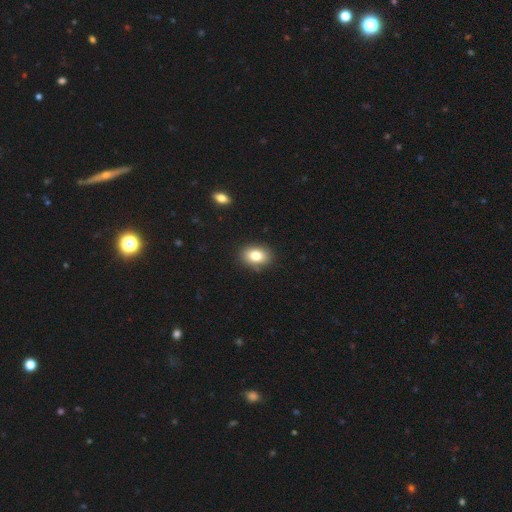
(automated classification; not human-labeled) Smooth or featured?
  - smooth: 81% *
  - featured or disk: 9%
  - star or artifact: 9%
How rounded?
  - in between: 75% *
  - round: 23%
  - cigar-shaped: 1%
Merging?
  - none: 87% *
  - minor disturbance: 10%
  - major disturbance: 2%
  - merger: 2%